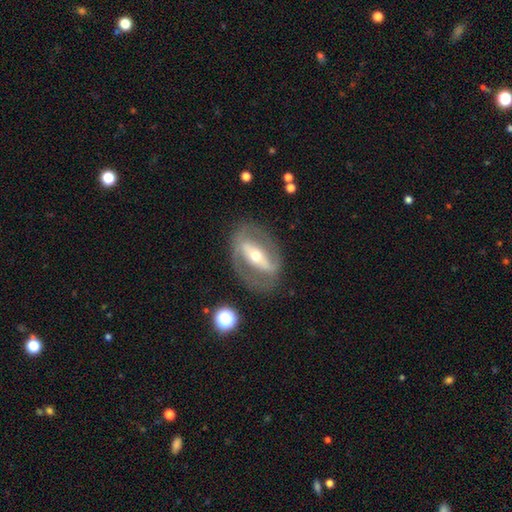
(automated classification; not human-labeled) A featured or disk galaxy (79%) with a strong bar (67%), spiral arms (58%) and a moderate central bulge (54%). Merging: none (75%).